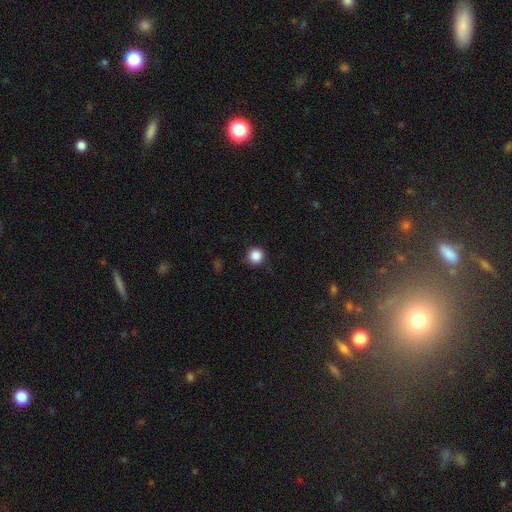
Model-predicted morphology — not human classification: The model was most divided on "smooth or featured": smooth: 87%, star or artifact: 10%, featured or disk: 3%. More confident: how rounded — round (95%); merging — none (90%).